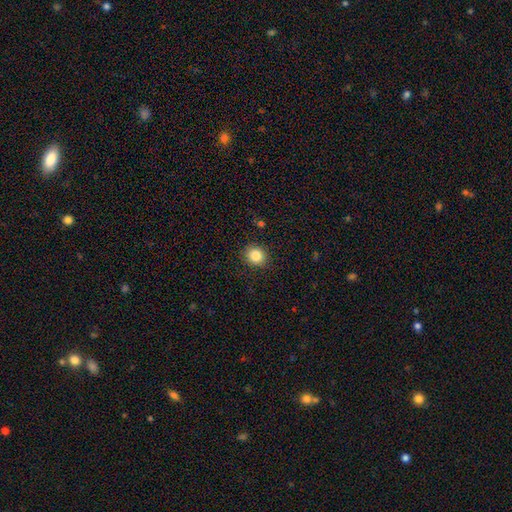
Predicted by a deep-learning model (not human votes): Smooth or featured? smooth (85%)
How rounded? round (79%)
Merging? none (88%)